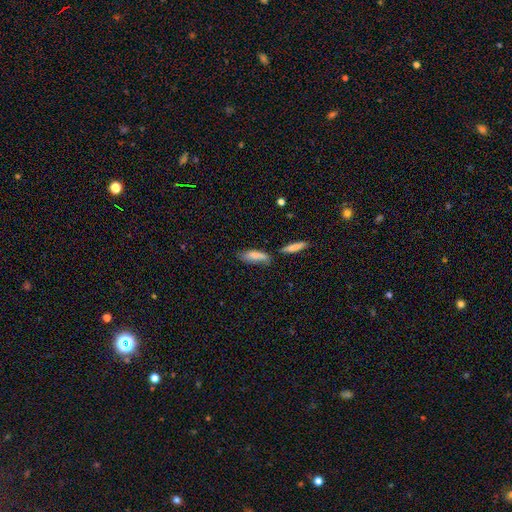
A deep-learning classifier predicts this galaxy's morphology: smooth-or-featured: smooth: 80% | featured or disk: 12% | star or artifact: 7%
  how-rounded: in between: 59% | cigar-shaped: 39% | round: 2%
  merging: none: 47% | minor disturbance: 24% | merger: 21% | major disturbance: 8%